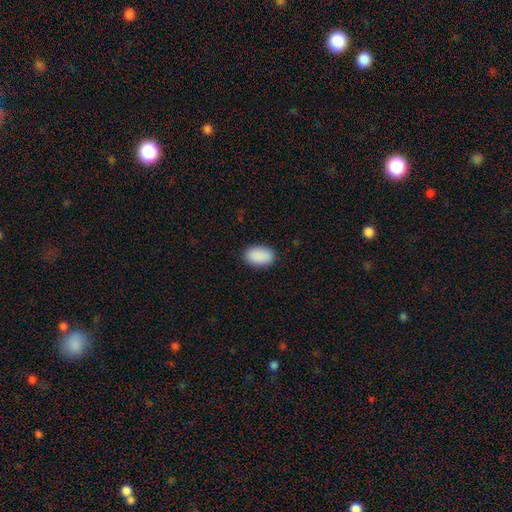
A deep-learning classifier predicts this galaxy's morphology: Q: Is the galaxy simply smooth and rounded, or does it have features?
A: smooth — 91%.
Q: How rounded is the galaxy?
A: in between — 92%.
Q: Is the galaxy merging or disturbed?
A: none — 88%.